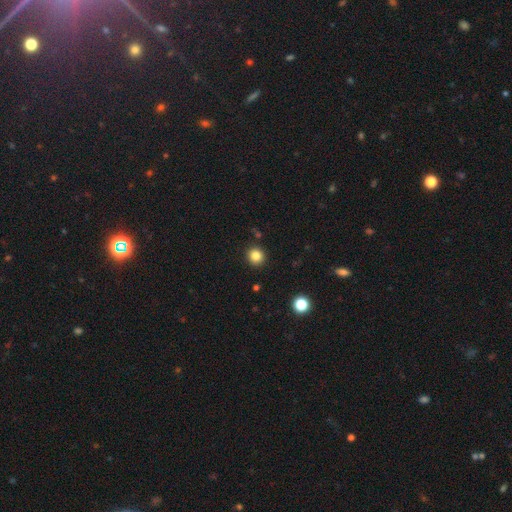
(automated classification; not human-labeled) smooth 84%, star or artifact 12%, featured or disk 4%. Down the decision tree: how rounded — round (92%); merging — none (90%).